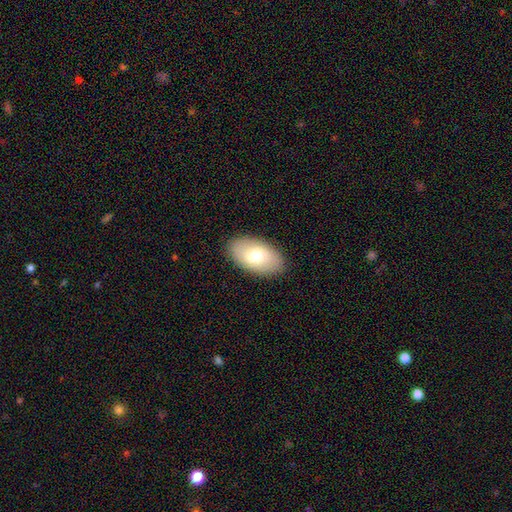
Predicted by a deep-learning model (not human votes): smooth_or_featured: smooth (p=0.72) [alt: featured or disk p=0.22]
how_rounded: in between (p=0.94) [alt: round p=0.04]
merging: none (p=0.88) [alt: minor disturbance p=0.09]